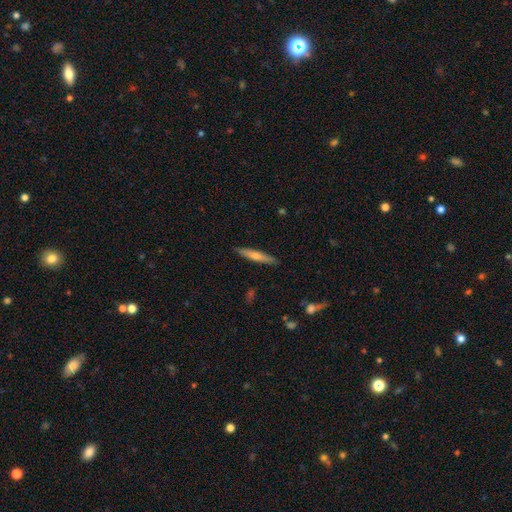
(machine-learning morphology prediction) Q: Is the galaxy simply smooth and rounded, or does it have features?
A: smooth — 55%.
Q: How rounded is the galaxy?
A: cigar-shaped — 90%.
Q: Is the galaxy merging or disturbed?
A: none — 89%.